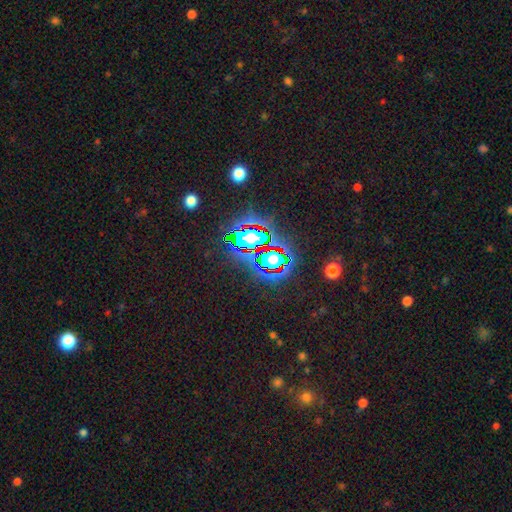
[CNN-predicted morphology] Overall: star or artifact (82%).